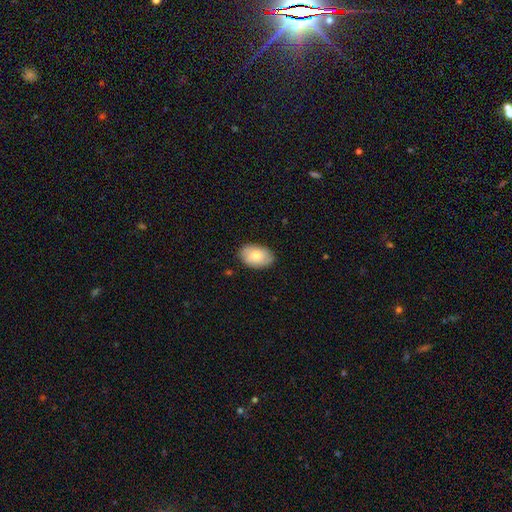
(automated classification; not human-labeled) Smooth or featured? smooth (75%)
How rounded? in between (89%)
Merging? none (82%)